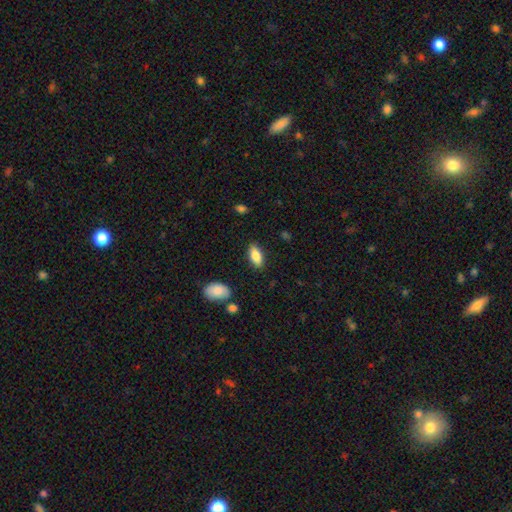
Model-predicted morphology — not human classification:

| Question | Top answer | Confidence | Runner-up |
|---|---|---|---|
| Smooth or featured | smooth | 83% | featured or disk (10%) |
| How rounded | in between | 86% | cigar-shaped (12%) |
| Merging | none | 86% | minor disturbance (10%) |